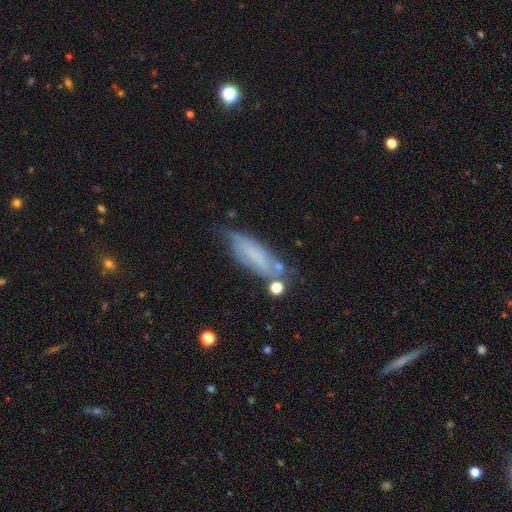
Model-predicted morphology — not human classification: Smooth or featured? smooth (53%)
How rounded? cigar-shaped (55%)
Merging? none (55%)